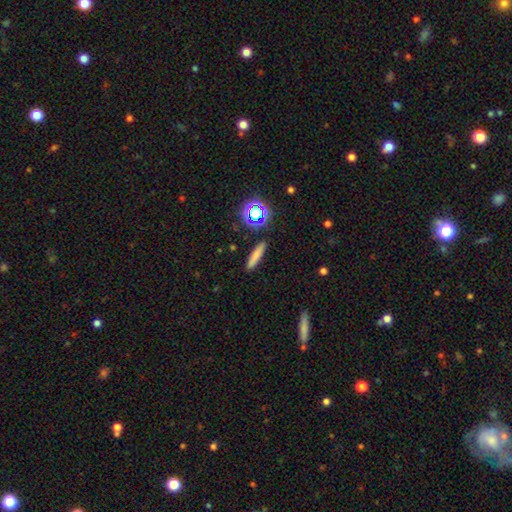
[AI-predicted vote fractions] A smooth galaxy with no disk features (74%) that is cigar-shaped (85%). Merging: none (89%).